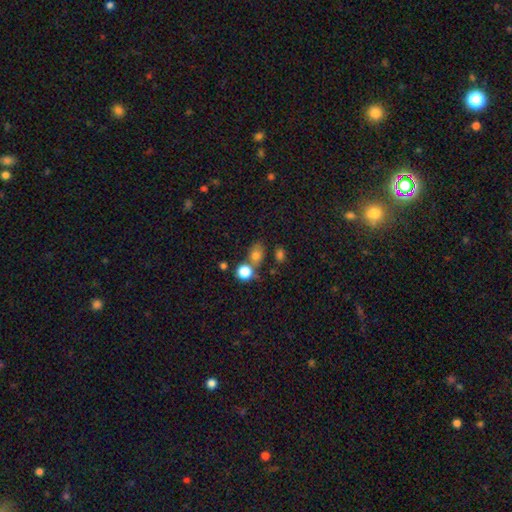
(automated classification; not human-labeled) Overall: smooth (75%). How rounded: in between (52%; round 46%). Merging: none (53%; merger 28%).